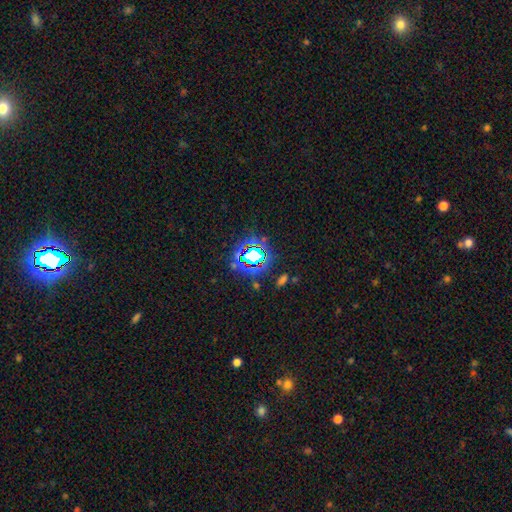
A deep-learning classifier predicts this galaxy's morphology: Smooth or featured? star or artifact (68%)